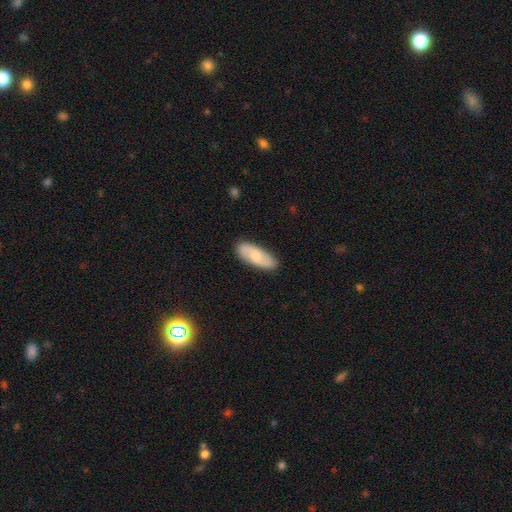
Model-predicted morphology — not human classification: smooth_or_featured: smooth (p=0.56) [alt: featured or disk p=0.39]
how_rounded: in between (p=0.75) [alt: cigar-shaped p=0.23]
merging: none (p=0.85) [alt: minor disturbance p=0.11]